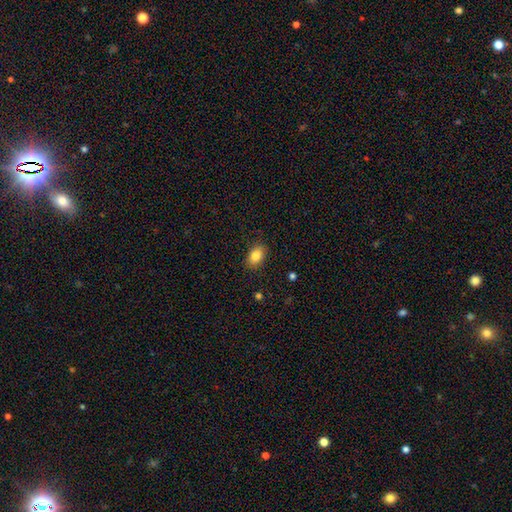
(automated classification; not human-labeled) Q: Smooth or featured?
A: smooth (85%); runner-up: star or artifact (9%)
Q: How rounded?
A: in between (82%); runner-up: round (16%)
Q: Merging?
A: none (87%); runner-up: minor disturbance (10%)